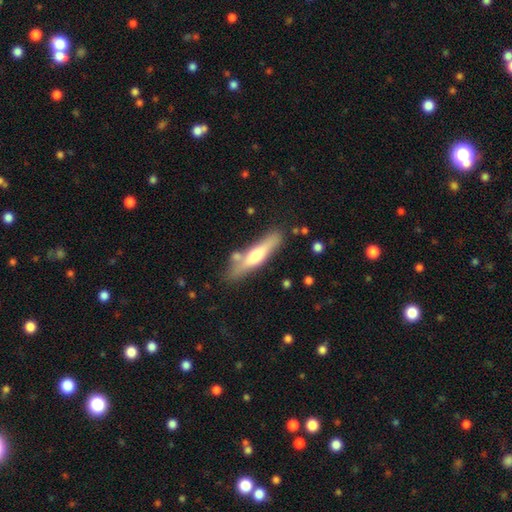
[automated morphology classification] A featured or disk galaxy (48%). Merging: none (74%).